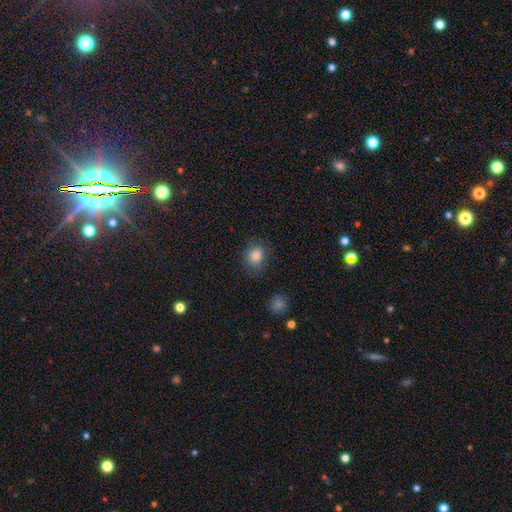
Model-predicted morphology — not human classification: type=smooth (84%); roundness=round (68%); merging=none (81%).